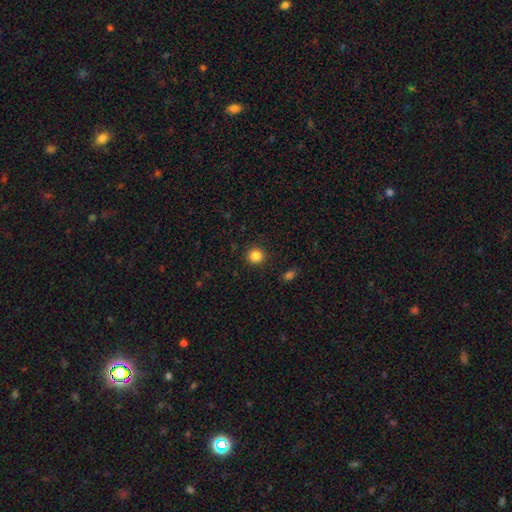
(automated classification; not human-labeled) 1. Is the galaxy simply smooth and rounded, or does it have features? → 85% smooth, 11% star or artifact, 4% featured or disk.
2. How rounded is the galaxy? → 91% round, 8% in between, 1% cigar-shaped.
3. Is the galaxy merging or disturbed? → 91% none, 6% minor disturbance, 2% major disturbance, 1% merger.